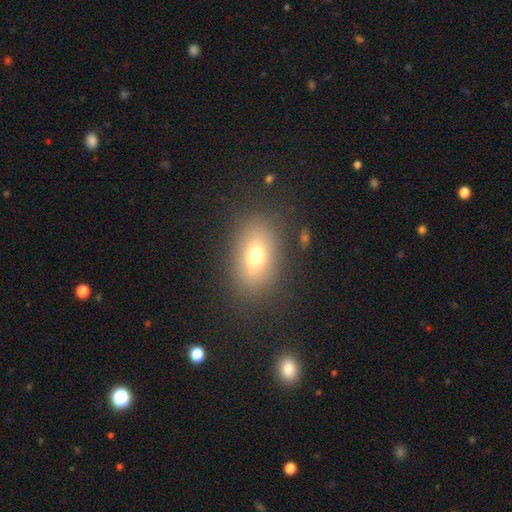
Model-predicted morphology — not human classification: type=smooth (68%); roundness=in between (78%); merging=none (76%).